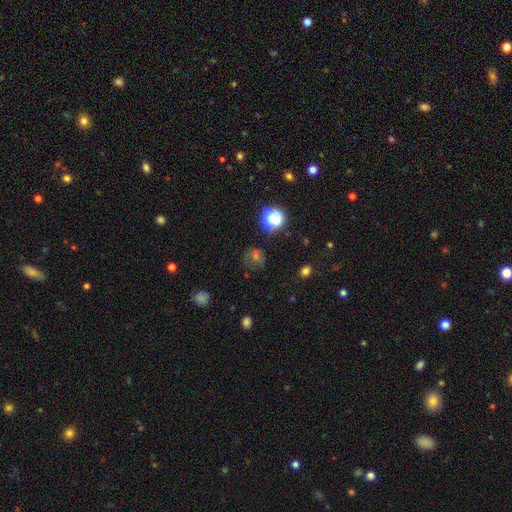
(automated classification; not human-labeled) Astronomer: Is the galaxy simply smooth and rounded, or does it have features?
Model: star or artifact — 44% (runner-up: smooth, 41%).